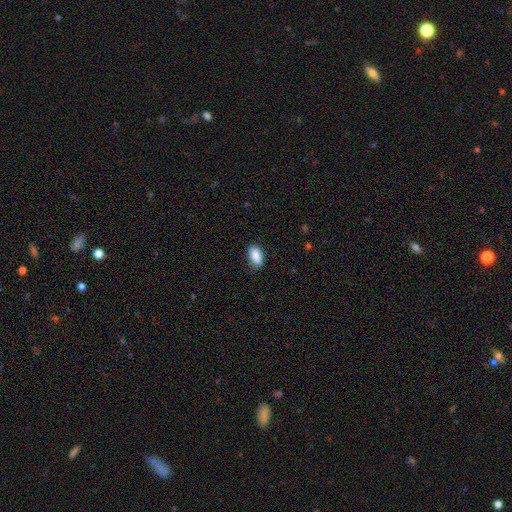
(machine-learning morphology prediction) smooth 90%, star or artifact 7%, featured or disk 4%. Down the decision tree: how rounded — in between (92%); merging — none (81%).